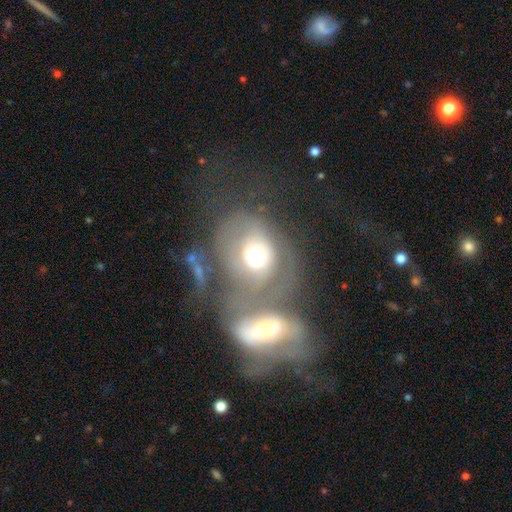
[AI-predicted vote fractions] The model was most divided on "smooth or featured": featured or disk: 47%, smooth: 44%, star or artifact: 9%. More confident: merging — merger (65%).